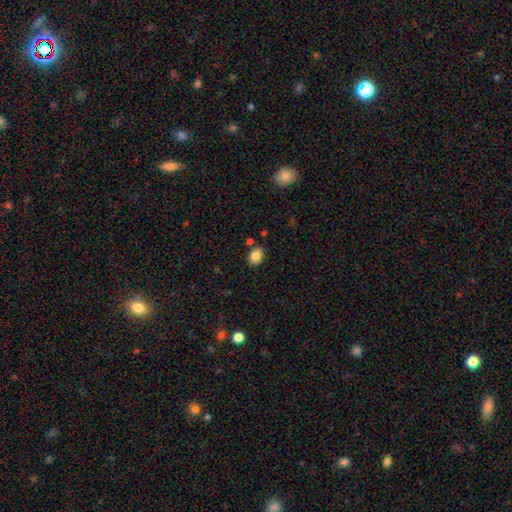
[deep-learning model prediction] A smooth galaxy with no disk features (85%) that is in between round and cigar-shaped (59%).

Vote fractions:
- Smooth or featured? smooth: 85% / star or artifact: 10% / featured or disk: 6%
- How rounded? in between: 59% / round: 40% / cigar-shaped: 1%
- Merging? none: 81% / minor disturbance: 11% / merger: 6% / major disturbance: 3%